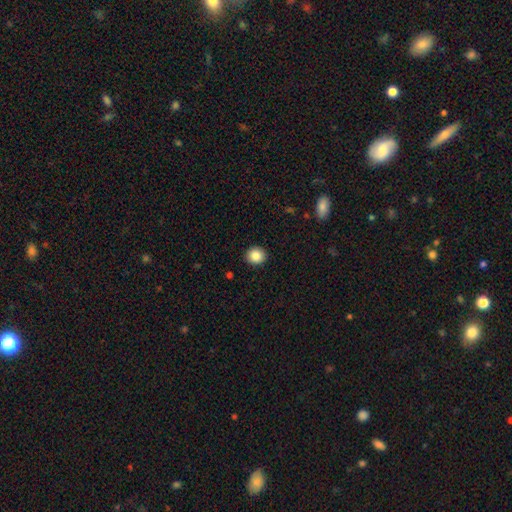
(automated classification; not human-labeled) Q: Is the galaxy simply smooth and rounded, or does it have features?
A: smooth — 86%.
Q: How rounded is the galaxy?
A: round — 83%.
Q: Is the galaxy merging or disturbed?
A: none — 92%.